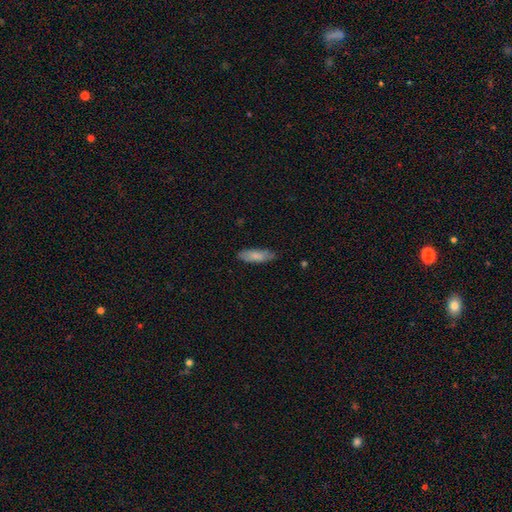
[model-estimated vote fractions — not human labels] Smooth or featured?
  - smooth: 80% *
  - featured or disk: 15%
  - star or artifact: 6%
How rounded?
  - in between: 53% *
  - cigar-shaped: 45%
  - round: 2%
Merging?
  - none: 79% *
  - minor disturbance: 17%
  - major disturbance: 3%
  - merger: 1%